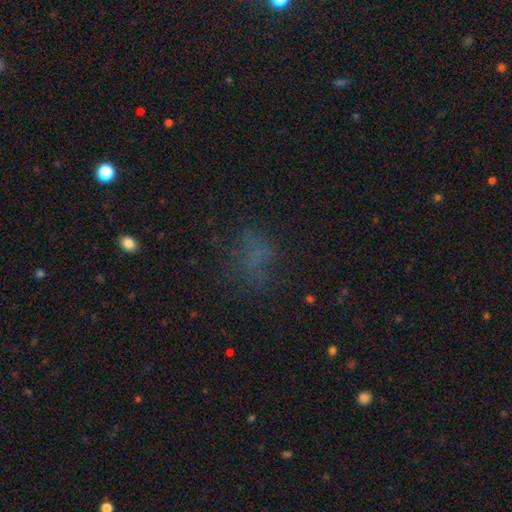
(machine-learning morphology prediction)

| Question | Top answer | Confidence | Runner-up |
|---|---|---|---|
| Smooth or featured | smooth | 51% | star or artifact (30%) |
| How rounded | in between | 63% | round (33%) |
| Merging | none | 59% | major disturbance (20%) |